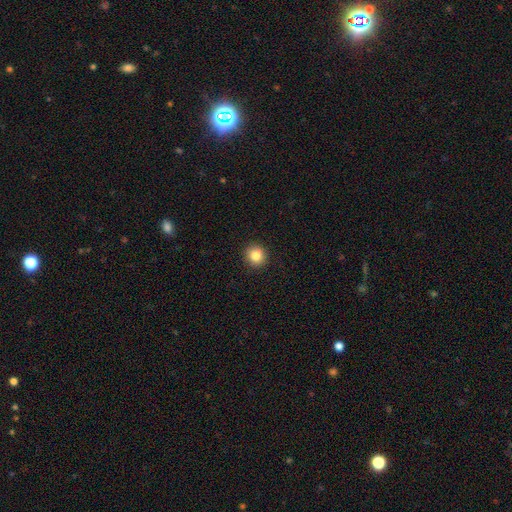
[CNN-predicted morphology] Smooth or featured: smooth — 84% (star or artifact — 11%)
How rounded: round — 92% (in between — 7%)
Merging: none — 93% (minor disturbance — 5%)